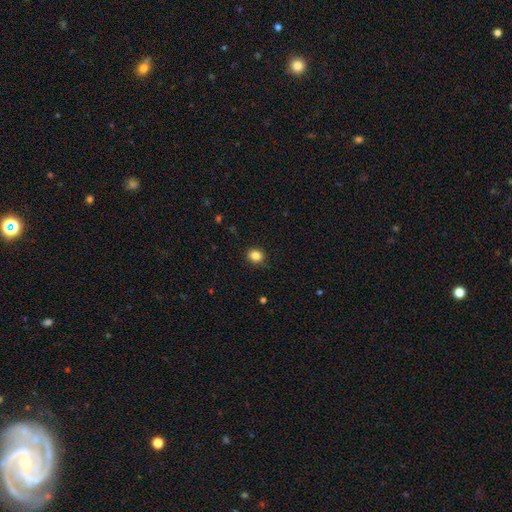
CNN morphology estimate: This is clearly a smooth galaxy (85%). How rounded: likely round (64%). Merging: clearly none (87%).